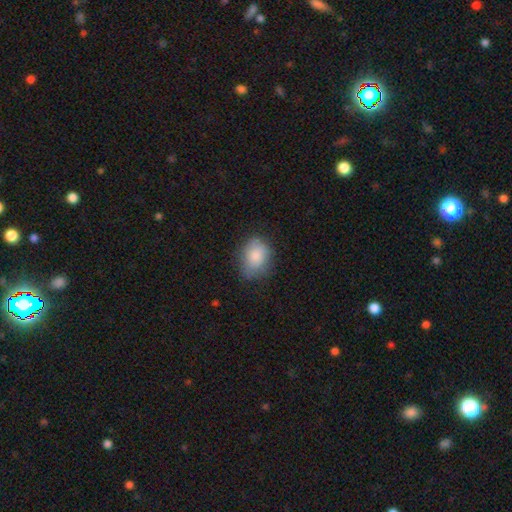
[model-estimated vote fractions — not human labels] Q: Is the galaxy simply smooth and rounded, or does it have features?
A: smooth — 83%.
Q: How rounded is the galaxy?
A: in between — 62%.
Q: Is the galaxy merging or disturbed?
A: none — 68%.